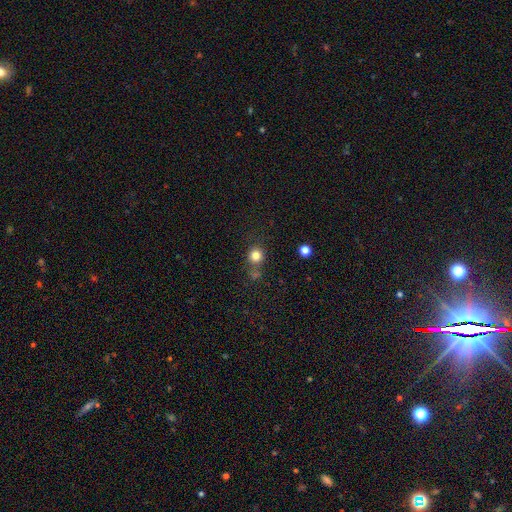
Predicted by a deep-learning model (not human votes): This appears to be a smooth galaxy with no disk features (81%) that is round (89%). Merging: none (69%).